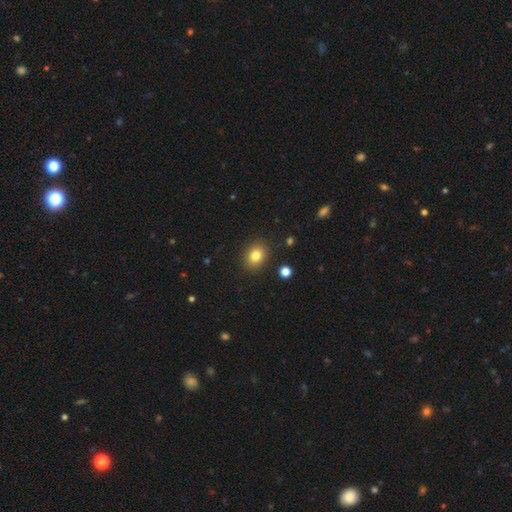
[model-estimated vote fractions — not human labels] Smooth or featured: smooth — 82% (star or artifact — 11%)
How rounded: round — 50% (in between — 49%)
Merging: none — 88% (minor disturbance — 8%)